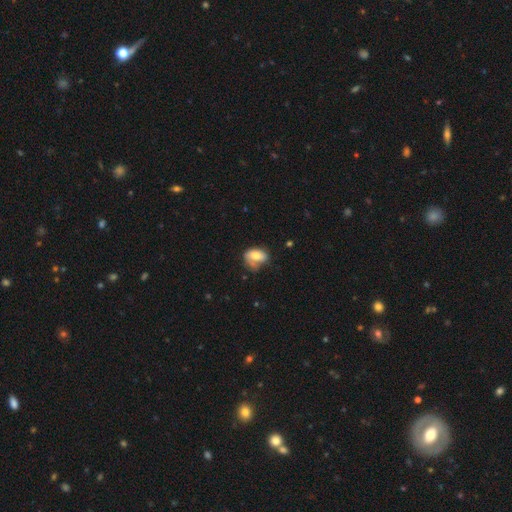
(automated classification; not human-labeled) This is likely a smooth galaxy (66%). How rounded: likely in between (79%). Merging: marginally none (37%).